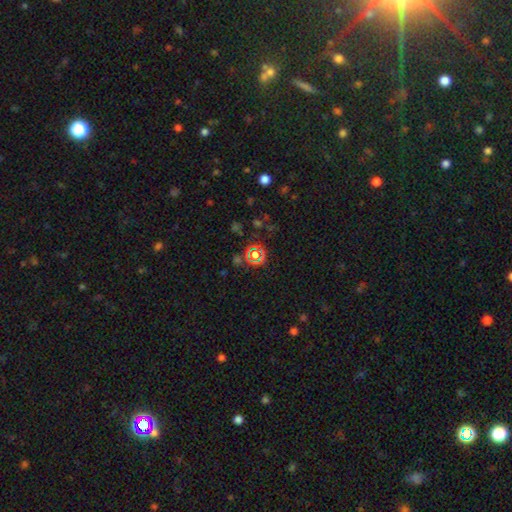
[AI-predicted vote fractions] star or artifact 61%, smooth 30%, featured or disk 9%.